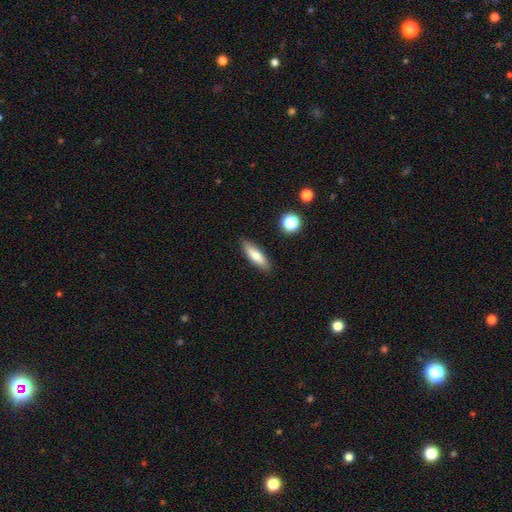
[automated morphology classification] smooth 71%, featured or disk 22%, star or artifact 7%. Down the decision tree: how rounded — cigar-shaped (56%); merging — none (88%).